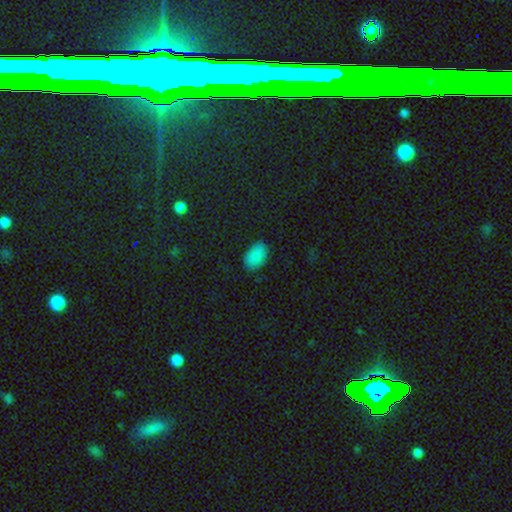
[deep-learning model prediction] This is clearly a smooth galaxy (86%). How rounded: clearly in between (91%). Merging: clearly none (85%).